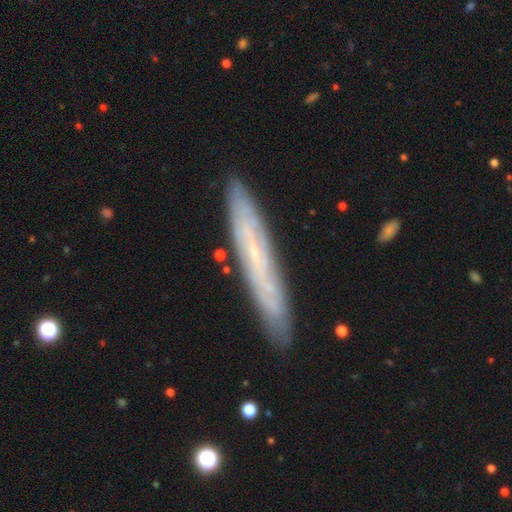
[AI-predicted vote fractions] Overall: featured or disk (61%; smooth 32%). Edge-on disk: yes (69%; no 31%). Merging: none (87%).